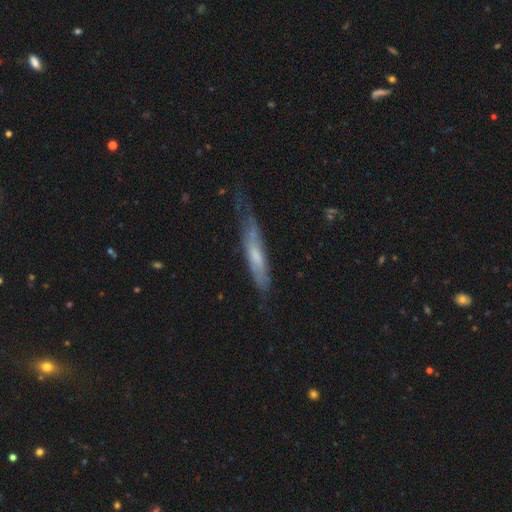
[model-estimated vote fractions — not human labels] featured or disk 50%, smooth 44%, star or artifact 7%. Down the decision tree: merging — none (52%).